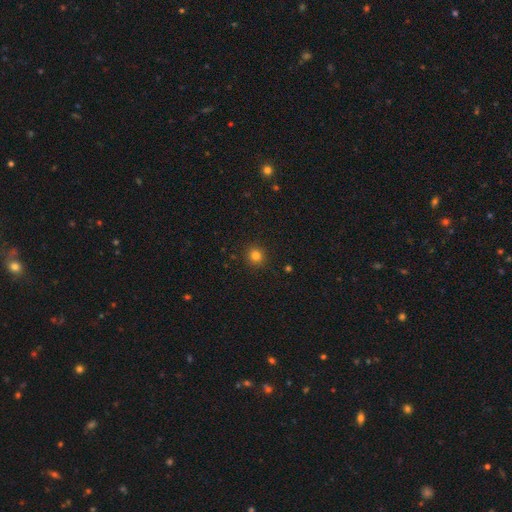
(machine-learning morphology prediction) smooth-or-featured: smooth: 81% | star or artifact: 14% | featured or disk: 5%
  how-rounded: round: 89% | in between: 10% | cigar-shaped: 1%
  merging: none: 90% | minor disturbance: 6% | major disturbance: 2% | merger: 1%